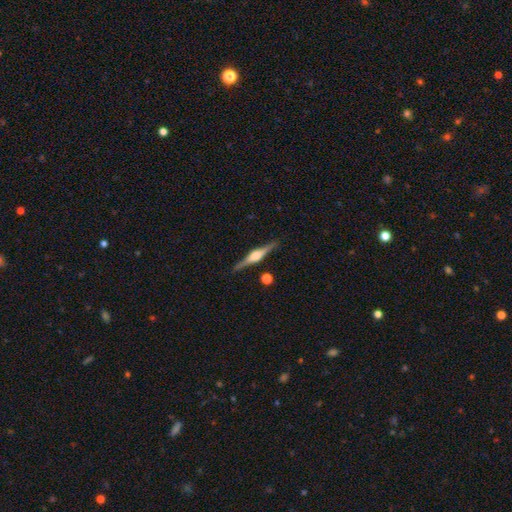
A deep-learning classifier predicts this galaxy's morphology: This appears to be a featured or disk galaxy (81%) viewed edge-on (98%) with a rounded central bulge (82%). Merging: none (89%).